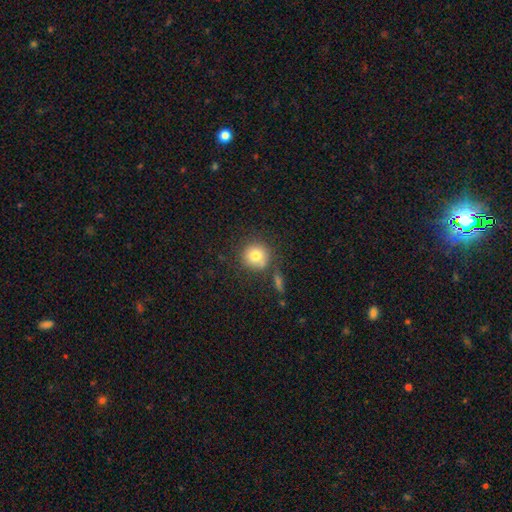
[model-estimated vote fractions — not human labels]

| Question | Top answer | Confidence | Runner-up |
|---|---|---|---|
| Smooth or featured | smooth | 78% | featured or disk (12%) |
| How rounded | round | 93% | in between (6%) |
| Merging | none | 74% | minor disturbance (12%) |